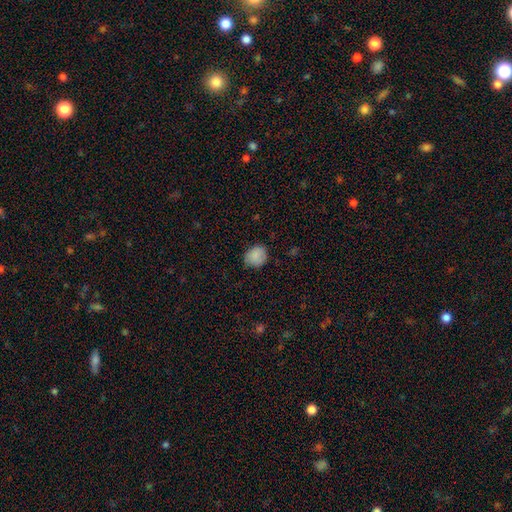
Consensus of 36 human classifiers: Smooth or featured?
  - smooth: 100% *
  - featured or disk: 0%
  - star or artifact: 0%
How rounded?
  - round: 75% *
  - in between: 25%
  - cigar-shaped: 0%
Merging?
  - none: 67% *
  - minor disturbance: 28%
  - major disturbance: 3%
  - merger: 3%